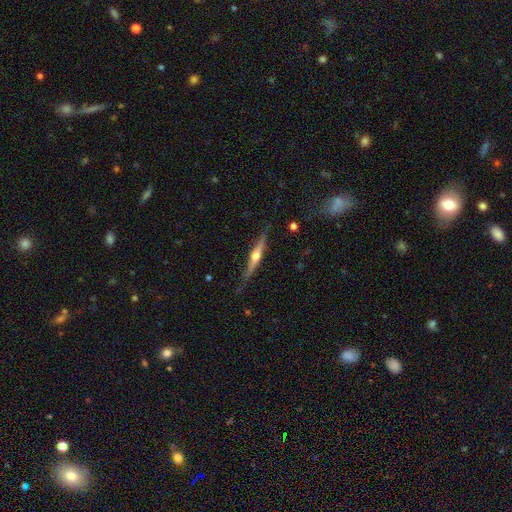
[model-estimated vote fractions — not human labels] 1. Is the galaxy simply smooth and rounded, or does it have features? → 73% featured or disk, 22% smooth, 6% star or artifact.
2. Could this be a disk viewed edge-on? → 97% yes, 3% no.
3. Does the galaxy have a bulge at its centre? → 91% rounded, 5% none, 4% boxy.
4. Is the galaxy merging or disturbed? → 79% none, 17% minor disturbance, 3% major disturbance, 2% merger.